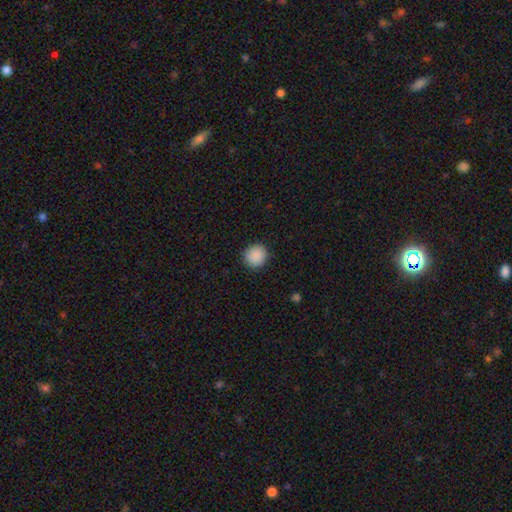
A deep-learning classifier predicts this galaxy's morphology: Overall: smooth (89%). How rounded: round (91%). Merging: none (90%).